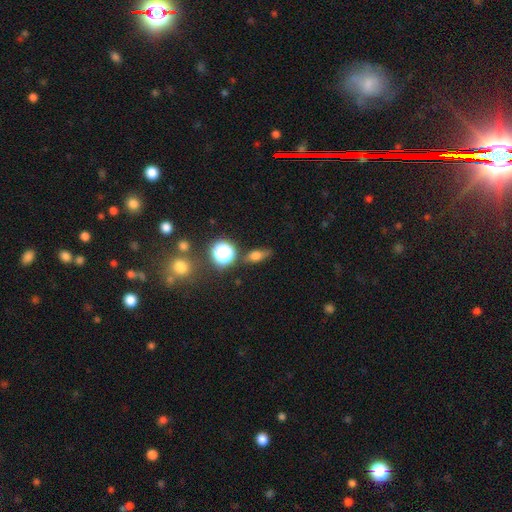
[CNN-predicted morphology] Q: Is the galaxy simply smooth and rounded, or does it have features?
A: smooth — 62%.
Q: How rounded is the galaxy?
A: in between — 55%.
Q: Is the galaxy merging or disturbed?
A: none — 70%.